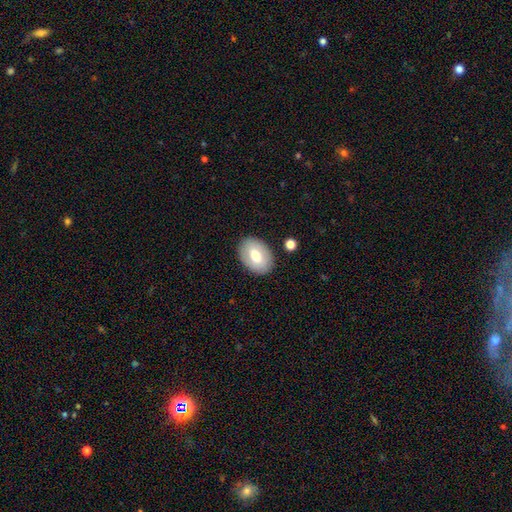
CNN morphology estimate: Smooth or featured? smooth (67%)
How rounded? in between (80%)
Merging? none (86%)